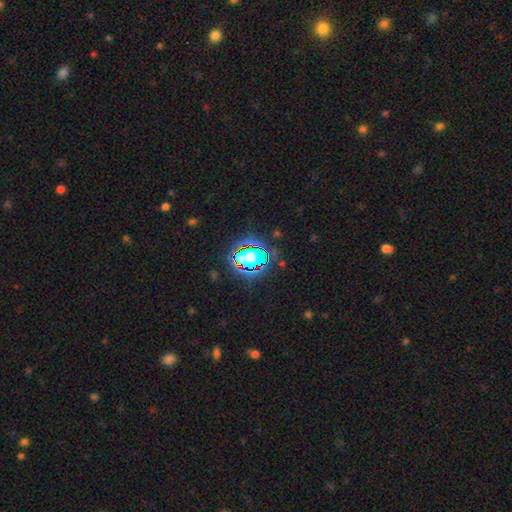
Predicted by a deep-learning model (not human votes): This appears to be a star or artifact, not a galaxy (77%).